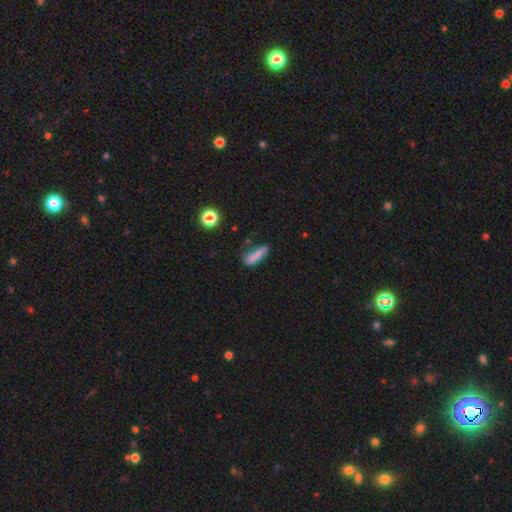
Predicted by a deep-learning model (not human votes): The model was most divided on "merging": none: 46%, minor disturbance: 27%, major disturbance: 16%, merger: 10%. More confident: smooth or featured — smooth (75%); how rounded — cigar-shaped (59%).